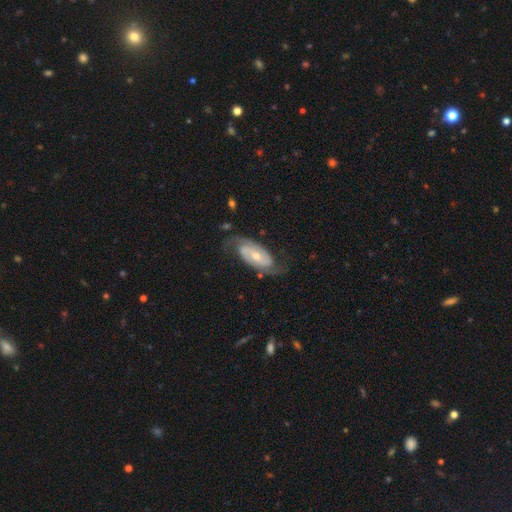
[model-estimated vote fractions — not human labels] A featured or disk galaxy (87%) with no bar (39%), 2 (91%) medium (44%) spiral arms (96%) and a moderate central bulge (51%).

Vote fractions:
- Smooth or featured? featured or disk: 87% / smooth: 8% / star or artifact: 5%
- Edge-on disk? no: 96% / yes: 4%
- Bar? no: 39% / weak: 38% / strong: 23%
- Spiral arms? yes: 96% / no: 4%
- Spiral winding? medium: 44% / tight: 35% / loose: 21%
- Spiral arm count? 2: 91% / can't tell: 4% / 1: 2% / 3: 1% / 4: 1% / more than 4: 1%
- Bulge size? moderate: 51% / small: 45% / large: 2% / none: 1% / dominant: 1%
- Merging? none: 74% / minor disturbance: 16% / major disturbance: 9% / merger: 2%